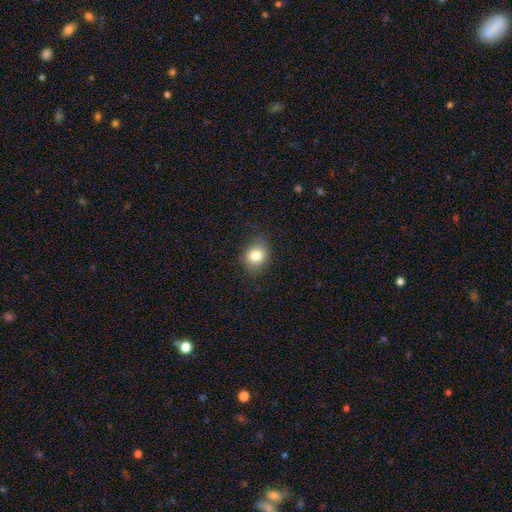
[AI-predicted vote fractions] Overall: smooth (81%). How rounded: round (59%; in between 40%). Merging: none (81%).